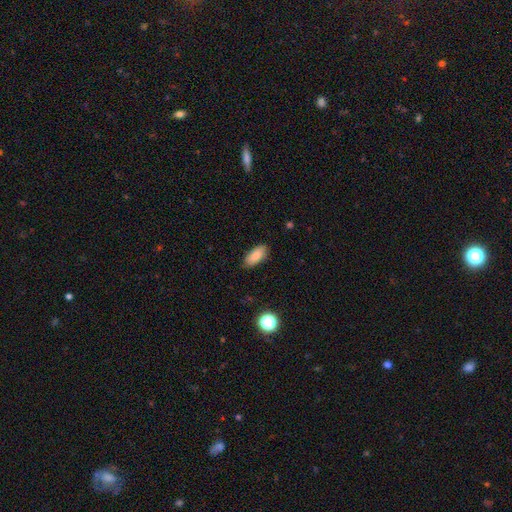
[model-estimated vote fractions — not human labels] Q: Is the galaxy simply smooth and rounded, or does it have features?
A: smooth — 86%.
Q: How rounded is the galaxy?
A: in between — 86%.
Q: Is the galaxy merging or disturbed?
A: none — 85%.